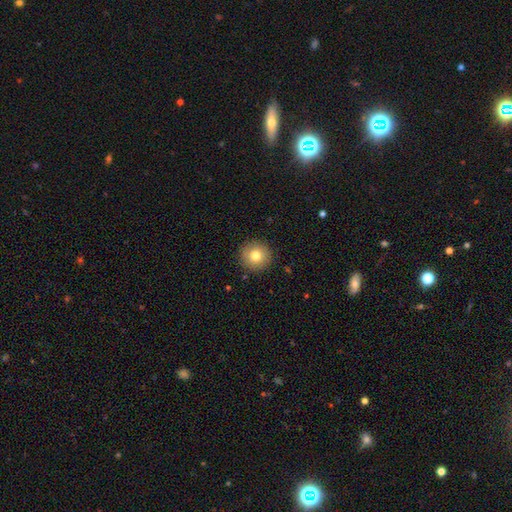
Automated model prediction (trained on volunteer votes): This is likely a smooth galaxy (79%). How rounded: clearly round (94%). Merging: clearly none (91%).